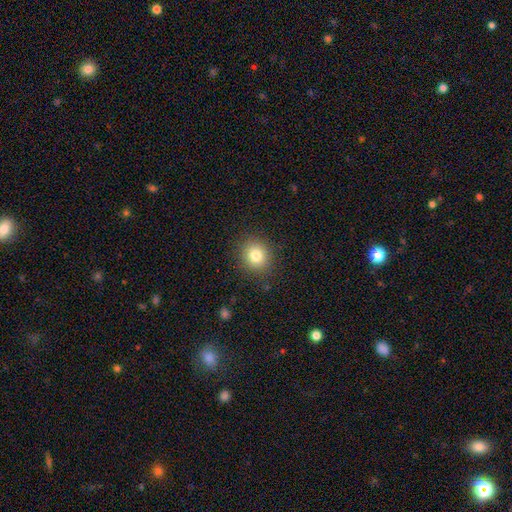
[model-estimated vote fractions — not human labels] smooth 80%, star or artifact 12%, featured or disk 8%. Down the decision tree: how rounded — round (79%); merging — none (88%).